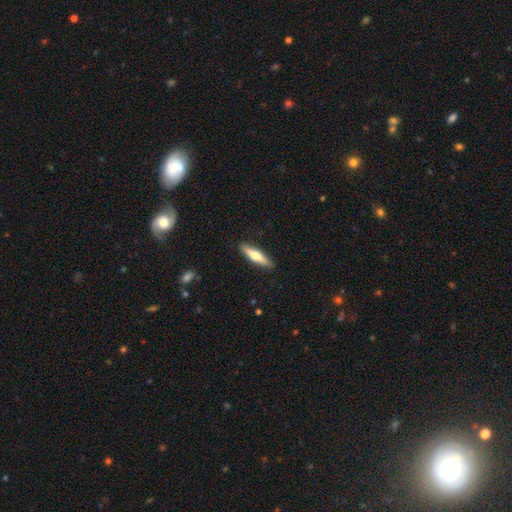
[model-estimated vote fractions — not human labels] A smooth galaxy with no disk features (59%) that is cigar-shaped (78%).

Vote fractions:
- Smooth or featured? smooth: 59% / featured or disk: 36% / star or artifact: 5%
- How rounded? cigar-shaped: 78% / in between: 20% / round: 2%
- Merging? none: 89% / minor disturbance: 8% / major disturbance: 2% / merger: 1%